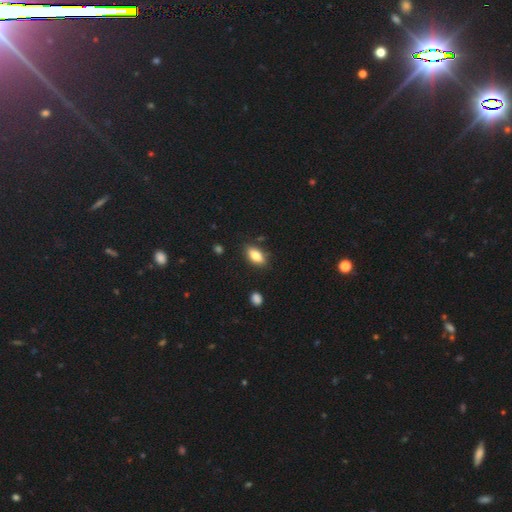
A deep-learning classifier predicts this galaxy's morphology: Smooth or featured: smooth — 77% (featured or disk — 15%)
How rounded: in between — 85% (cigar-shaped — 10%)
Merging: none — 84% (minor disturbance — 11%)